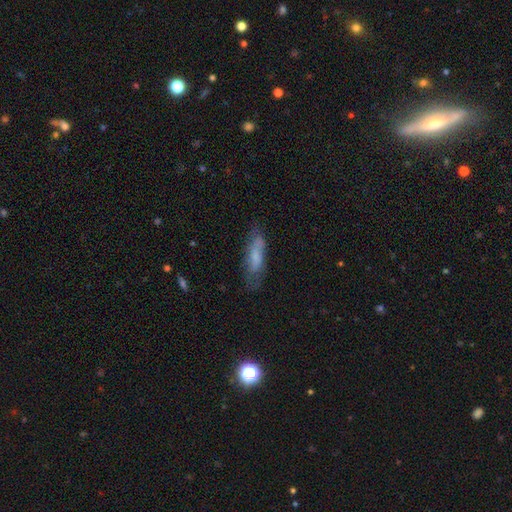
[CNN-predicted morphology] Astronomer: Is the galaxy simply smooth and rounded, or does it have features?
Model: smooth — 62%.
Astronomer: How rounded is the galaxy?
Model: cigar-shaped — 55% (runner-up: in between, 43%).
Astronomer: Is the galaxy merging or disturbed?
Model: none — 64%.